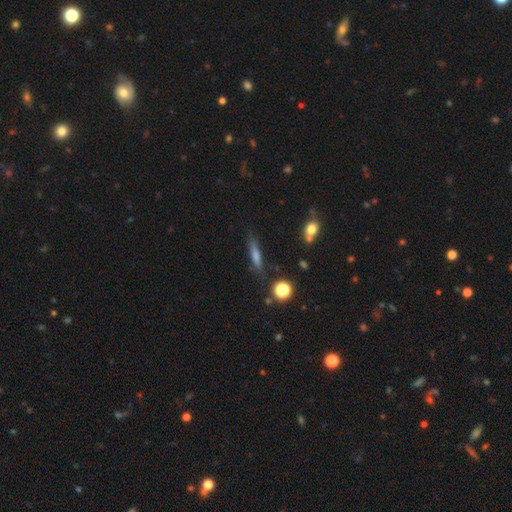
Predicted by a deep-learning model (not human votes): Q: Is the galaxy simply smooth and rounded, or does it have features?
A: smooth — 58%.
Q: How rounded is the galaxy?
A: cigar-shaped — 83%.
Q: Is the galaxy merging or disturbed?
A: none — 80%.